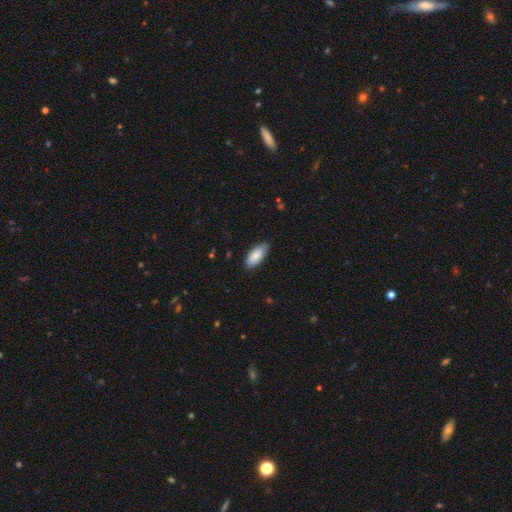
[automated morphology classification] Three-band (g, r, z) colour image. It shows a smooth galaxy with no disk features (85%) that is in between round and cigar-shaped (88%). Merging: none (84%).